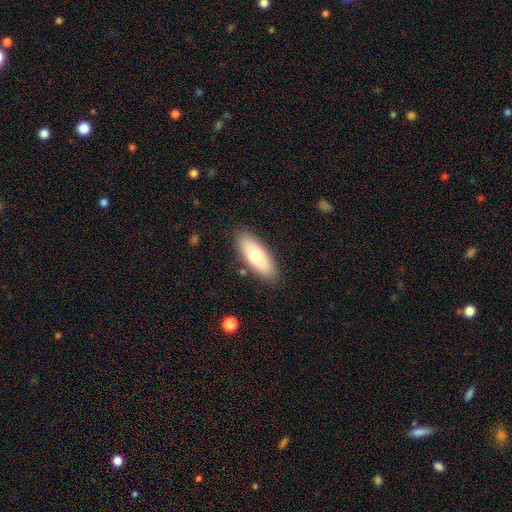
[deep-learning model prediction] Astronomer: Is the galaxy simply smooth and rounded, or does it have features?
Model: smooth — 68%.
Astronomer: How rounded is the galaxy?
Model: in between — 73%.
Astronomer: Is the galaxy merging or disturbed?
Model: none — 86%.